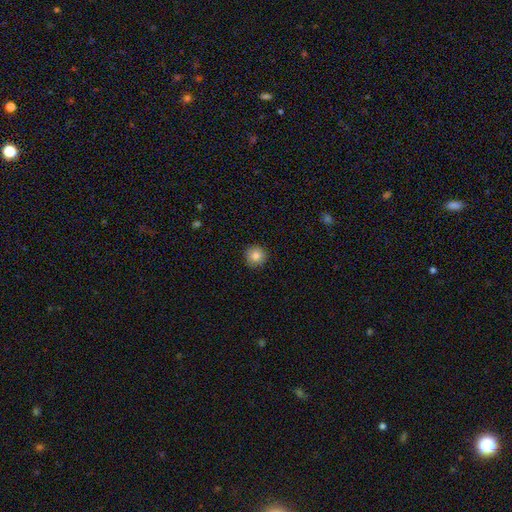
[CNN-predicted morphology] Smooth or featured? Predicted: smooth (p=0.85). How rounded? Predicted: round (p=0.95). Merging? Predicted: none (p=0.91).